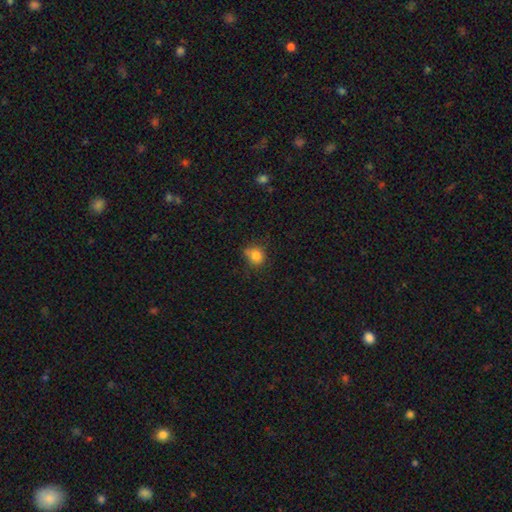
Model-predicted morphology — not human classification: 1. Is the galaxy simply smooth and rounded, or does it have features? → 82% smooth, 11% star or artifact, 7% featured or disk.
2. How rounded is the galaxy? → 78% round, 21% in between, 1% cigar-shaped.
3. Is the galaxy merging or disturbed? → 63% none, 26% minor disturbance, 6% major disturbance, 5% merger.